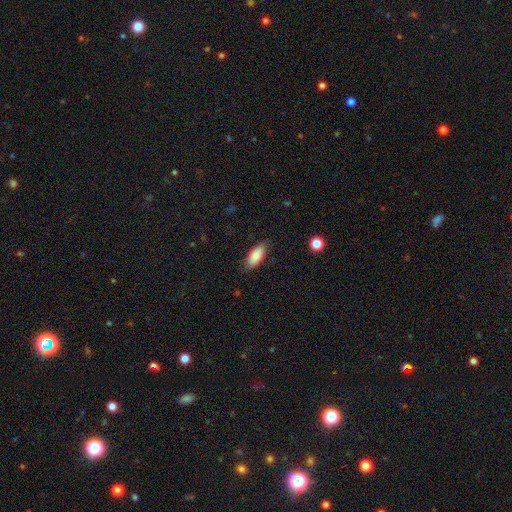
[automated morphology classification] A smooth galaxy with no disk features (82%) that is in between round and cigar-shaped (82%).

Vote fractions:
- Smooth or featured? smooth: 82% / featured or disk: 12% / star or artifact: 7%
- How rounded? in between: 82% / cigar-shaped: 16% / round: 2%
- Merging? none: 81% / minor disturbance: 15% / major disturbance: 3% / merger: 1%